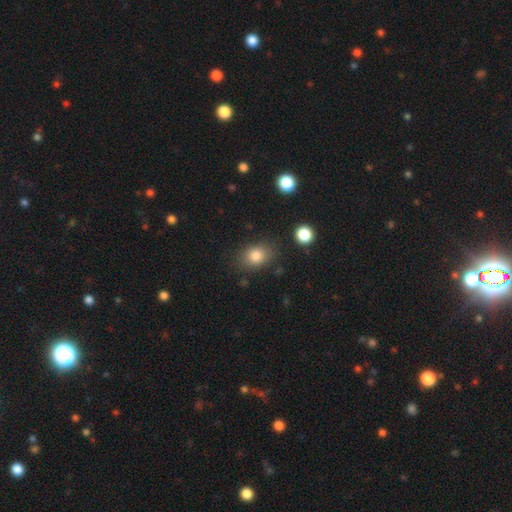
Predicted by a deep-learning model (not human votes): Smooth or featured: smooth — 82% (star or artifact — 10%)
How rounded: in between — 66% (round — 33%)
Merging: none — 79% (minor disturbance — 14%)